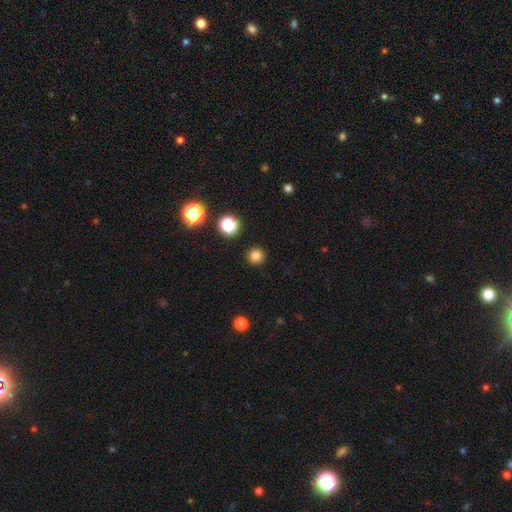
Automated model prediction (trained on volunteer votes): A smooth galaxy with no disk features (81%) that is round (94%).

Vote fractions:
- Smooth or featured? smooth: 81% / star or artifact: 15% / featured or disk: 4%
- How rounded? round: 94% / in between: 5% / cigar-shaped: 1%
- Merging? none: 92% / minor disturbance: 5% / major disturbance: 2% / merger: 1%